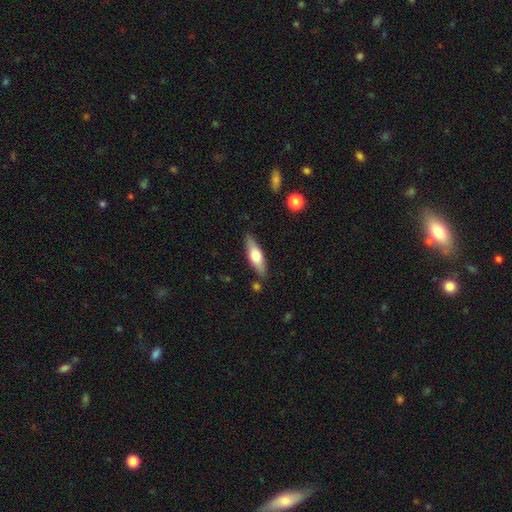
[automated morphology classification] Smooth or featured?
  - smooth: 57% *
  - featured or disk: 37%
  - star or artifact: 6%
How rounded?
  - cigar-shaped: 53% *
  - in between: 44%
  - round: 2%
Merging?
  - none: 84% *
  - minor disturbance: 12%
  - merger: 2%
  - major disturbance: 2%